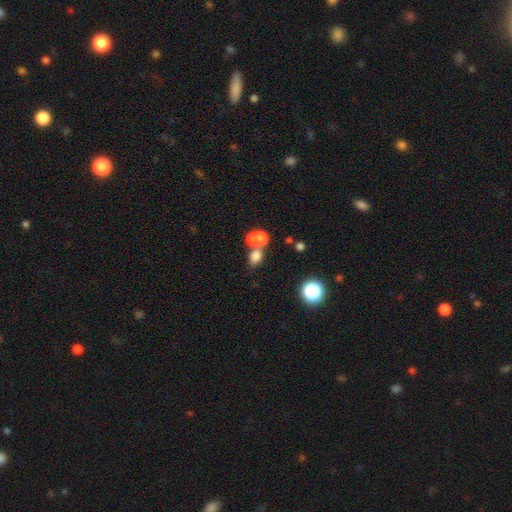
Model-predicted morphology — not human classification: smooth 71%, featured or disk 16%, star or artifact 13%. Down the decision tree: how rounded — round (50%); merging — merger (60%).